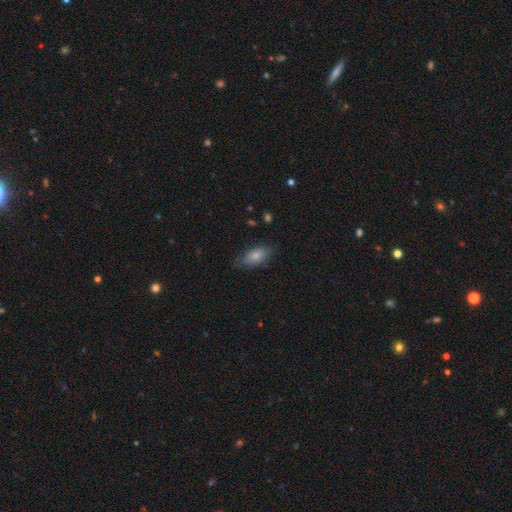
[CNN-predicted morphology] This appears to be a smooth galaxy with no disk features (81%) that is in between round and cigar-shaped (89%). Merging: none (75%).